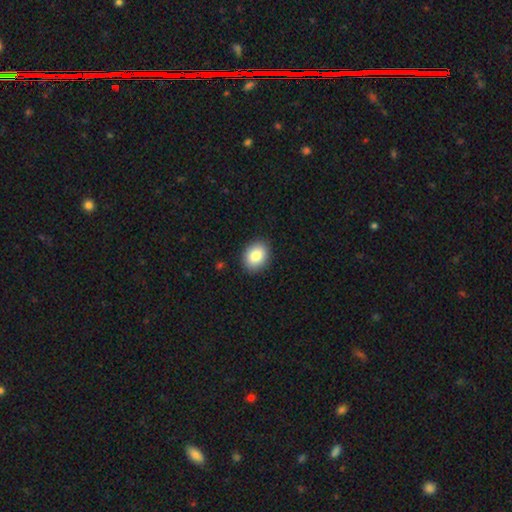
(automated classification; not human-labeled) Smooth or featured?
  - smooth: 85% *
  - star or artifact: 8%
  - featured or disk: 7%
How rounded?
  - in between: 65% *
  - round: 34%
  - cigar-shaped: 1%
Merging?
  - none: 89% *
  - minor disturbance: 8%
  - major disturbance: 2%
  - merger: 1%